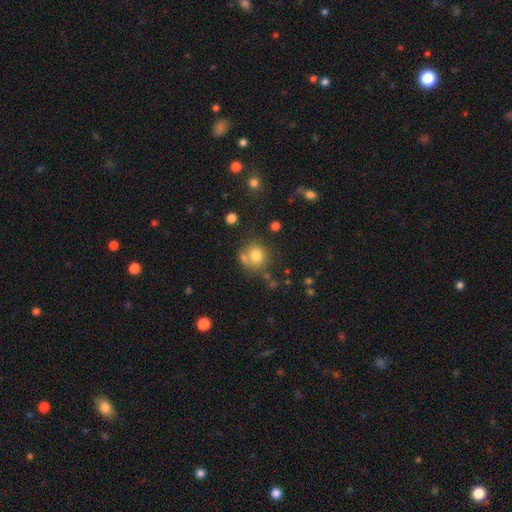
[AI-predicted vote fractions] smooth-or-featured: smooth: 77% | star or artifact: 12% | featured or disk: 11%
  how-rounded: round: 88% | in between: 11% | cigar-shaped: 1%
  merging: none: 61% | merger: 20% | minor disturbance: 14% | major disturbance: 6%